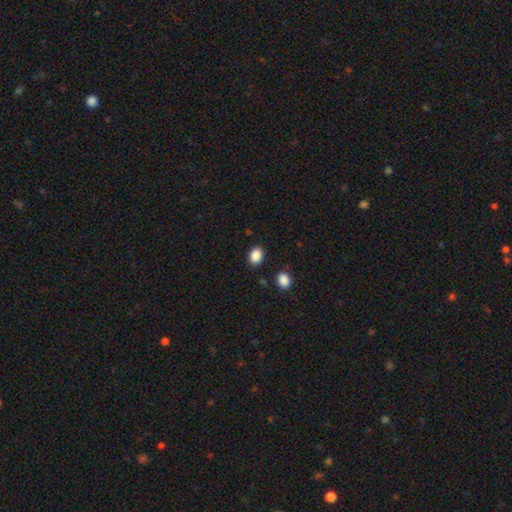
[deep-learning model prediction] This is clearly a smooth galaxy (88%). How rounded: likely in between (70%). Merging: clearly none (85%).